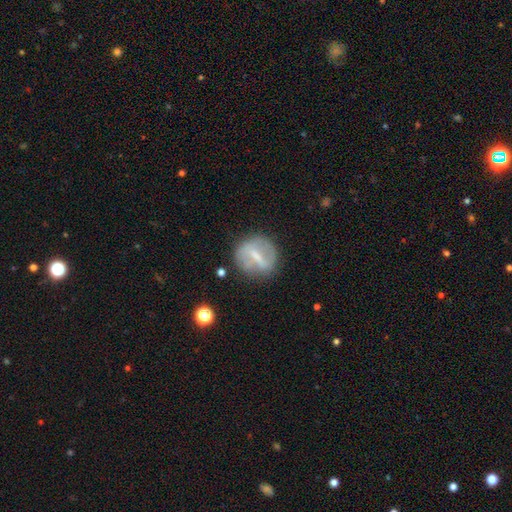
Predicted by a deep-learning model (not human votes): The model was most divided on "bar": strong: 50%, weak: 37%, no: 13%. Remaining: edge-on disk — no (92%); merging — none (72%); spiral arms — no (62%); smooth or featured — featured or disk (56%); bulge size — small (49%).